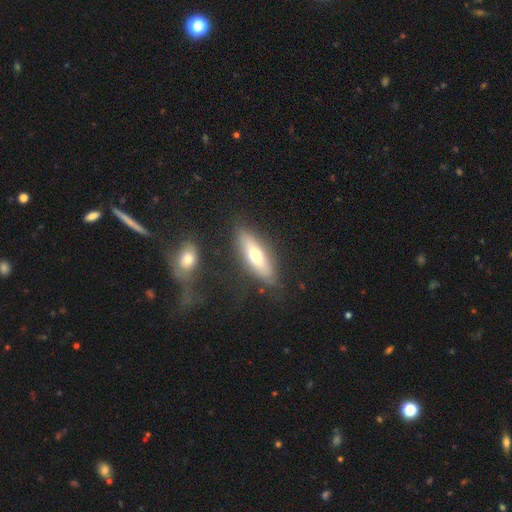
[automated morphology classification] Smooth or featured? smooth (55%)
How rounded? cigar-shaped (50%)
Merging? none (77%)